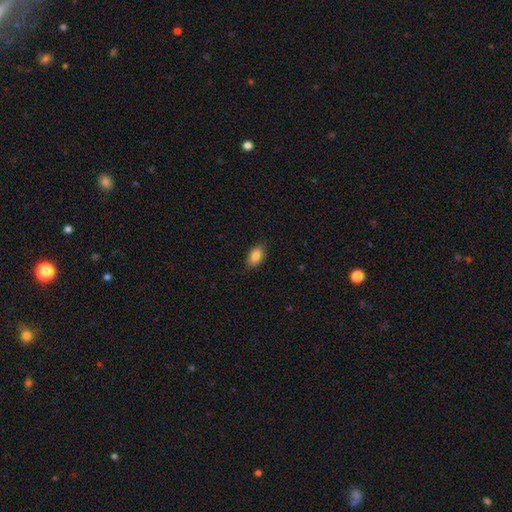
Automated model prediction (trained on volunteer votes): This is clearly a smooth galaxy (86%). How rounded: clearly in between (91%). Merging: clearly none (86%).